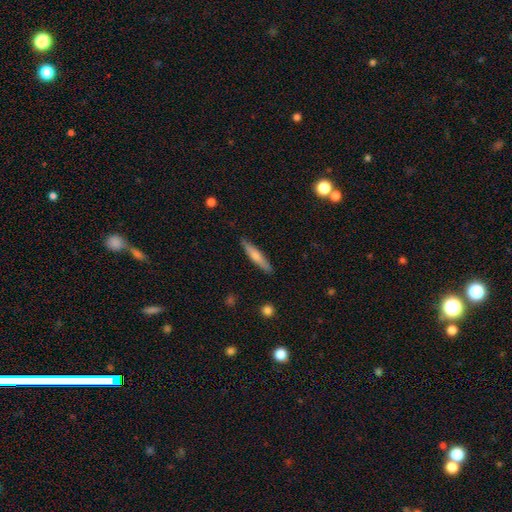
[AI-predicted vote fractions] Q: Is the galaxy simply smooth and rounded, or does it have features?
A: smooth — 64%.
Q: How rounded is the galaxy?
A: cigar-shaped — 88%.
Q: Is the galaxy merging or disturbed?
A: none — 87%.